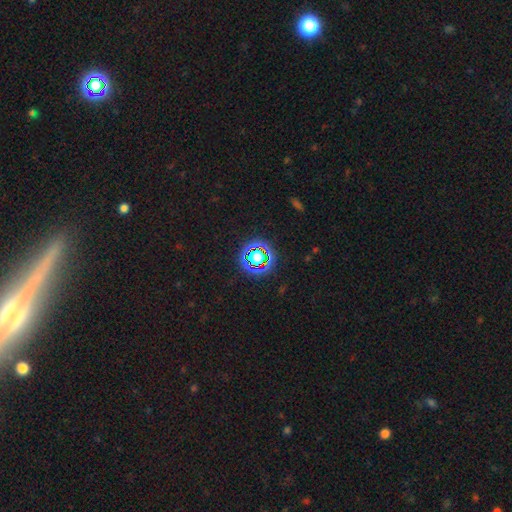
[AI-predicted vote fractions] Overall: star or artifact (77%).